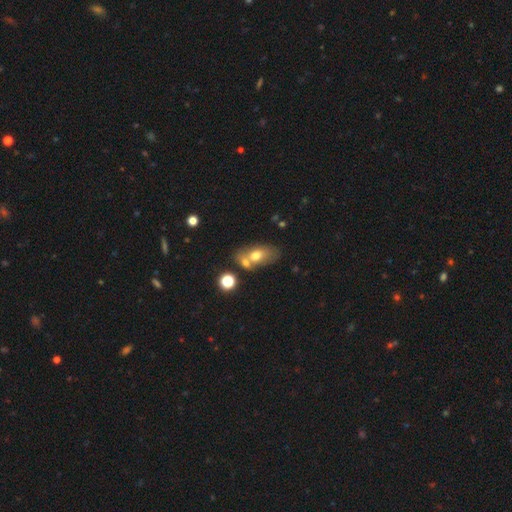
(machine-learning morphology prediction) type=smooth (66%); roundness=in between (83%); merging=merger (44%).